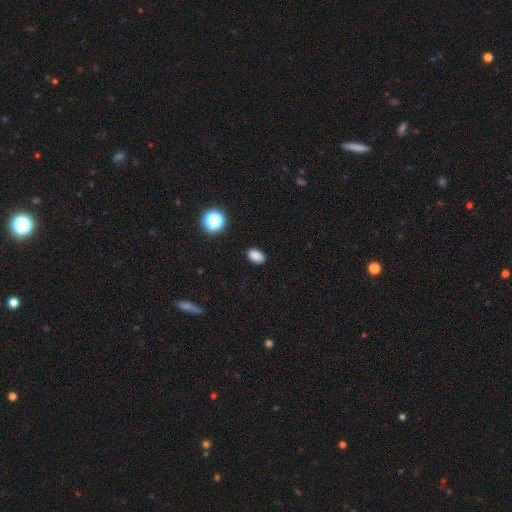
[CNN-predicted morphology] A smooth galaxy with no disk features (85%) that is in between round and cigar-shaped (87%).

Vote fractions:
- Smooth or featured? smooth: 85% / star or artifact: 12% / featured or disk: 3%
- How rounded? in between: 87% / round: 12% / cigar-shaped: 1%
- Merging? none: 88% / minor disturbance: 9% / major disturbance: 2% / merger: 1%